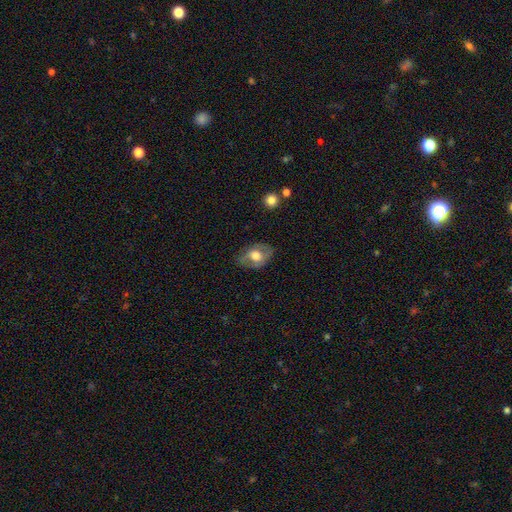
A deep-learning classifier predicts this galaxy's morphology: Smooth or featured? smooth (47%)
Merging? none (71%)